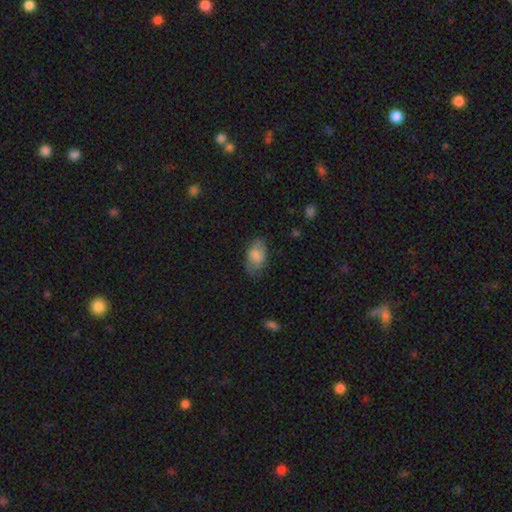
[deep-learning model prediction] This is likely a smooth galaxy (76%). How rounded: clearly in between (92%). Merging: likely none (71%).